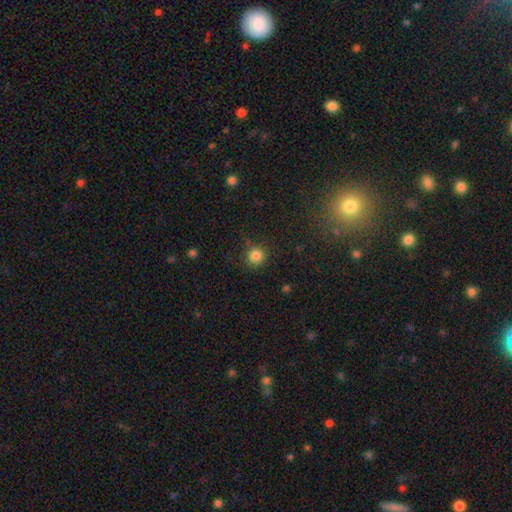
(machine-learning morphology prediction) Smooth or featured? smooth (83%)
How rounded? round (94%)
Merging? none (84%)